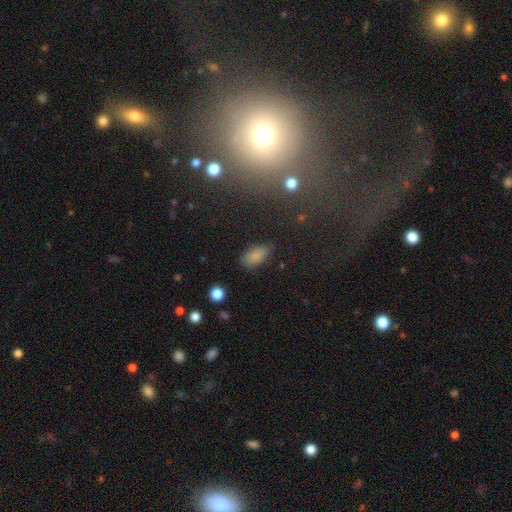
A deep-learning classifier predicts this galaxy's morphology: A smooth galaxy with no disk features (84%) that is in between round and cigar-shaped (92%).

Vote fractions:
- Smooth or featured? smooth: 84% / star or artifact: 10% / featured or disk: 6%
- How rounded? in between: 92% / cigar-shaped: 4% / round: 4%
- Merging? none: 79% / minor disturbance: 15% / major disturbance: 4% / merger: 2%